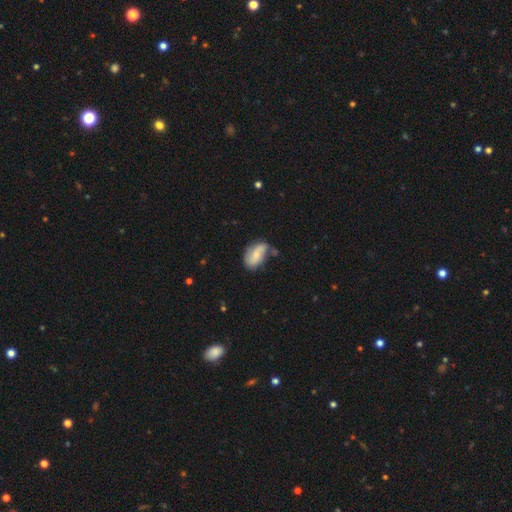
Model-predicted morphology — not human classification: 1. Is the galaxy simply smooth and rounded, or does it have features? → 53% smooth, 40% featured or disk, 8% star or artifact.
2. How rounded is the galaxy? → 90% in between, 7% round, 3% cigar-shaped.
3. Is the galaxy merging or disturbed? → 45% none, 32% minor disturbance, 13% major disturbance, 11% merger.